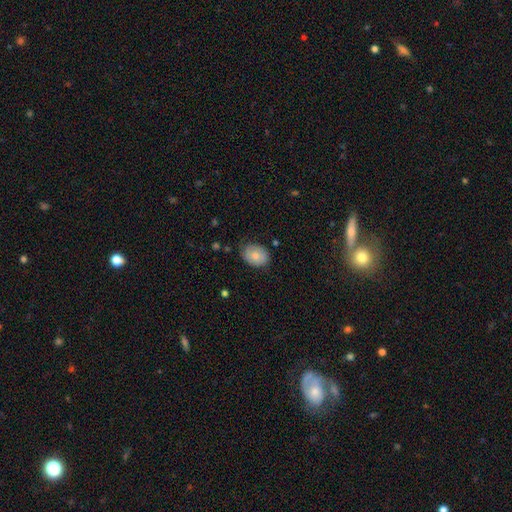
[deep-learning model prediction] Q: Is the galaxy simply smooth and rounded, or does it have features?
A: smooth — 73%.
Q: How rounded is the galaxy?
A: in between — 68%.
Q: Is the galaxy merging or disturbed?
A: none — 72%.